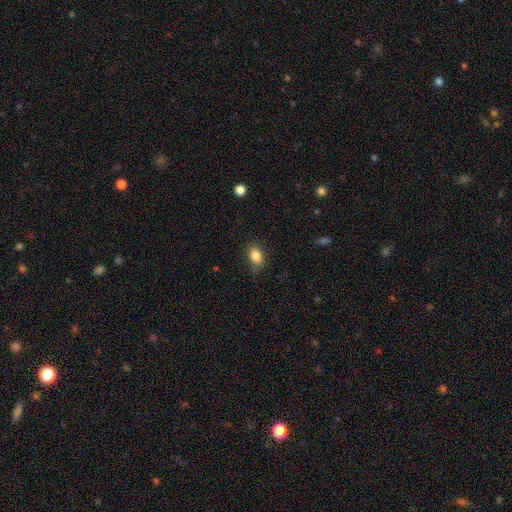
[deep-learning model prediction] Morphology: type=smooth (84%); roundness=in between (76%); merging=none (74%).